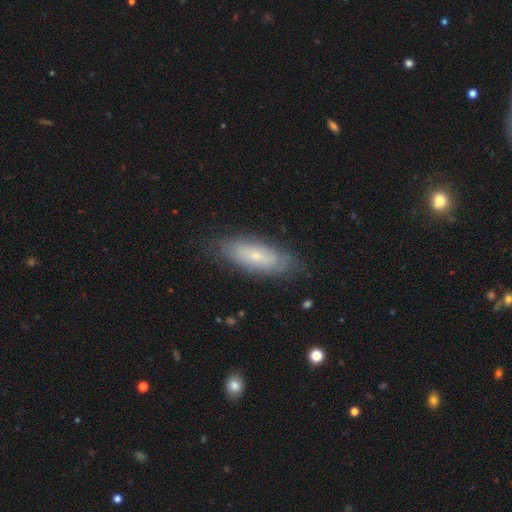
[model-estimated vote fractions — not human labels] Smooth or featured: smooth — 49% (featured or disk — 43%)
Merging: none — 77% (minor disturbance — 17%)